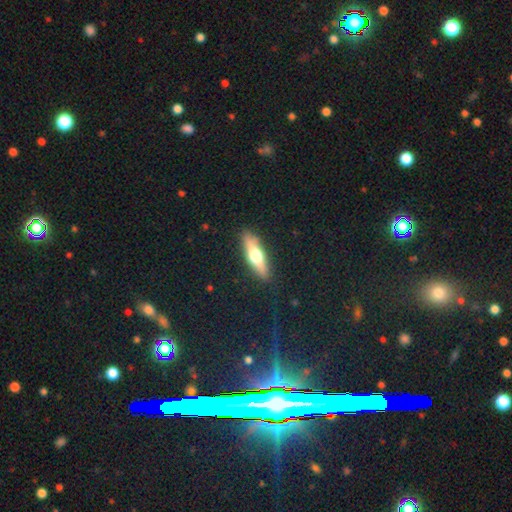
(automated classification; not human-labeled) Overall: featured or disk (48%; smooth 46%). Merging: none (88%).